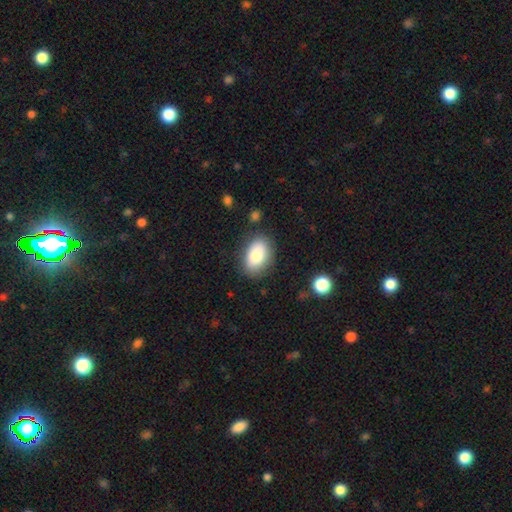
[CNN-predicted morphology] This is clearly a smooth galaxy (83%). How rounded: clearly in between (88%). Merging: clearly none (82%).